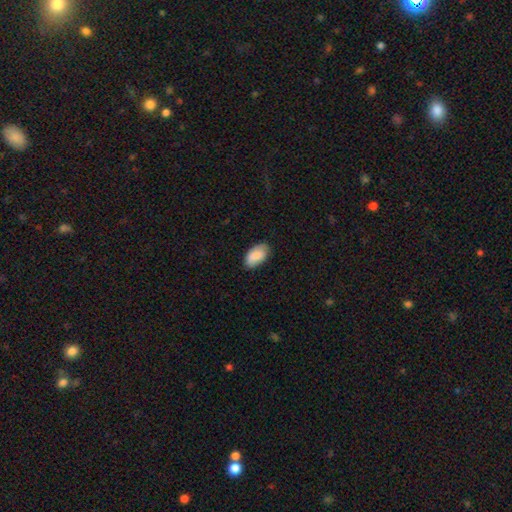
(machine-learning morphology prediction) This appears to be a smooth galaxy with no disk features (87%) that is in between round and cigar-shaped (95%). Merging: none (79%).